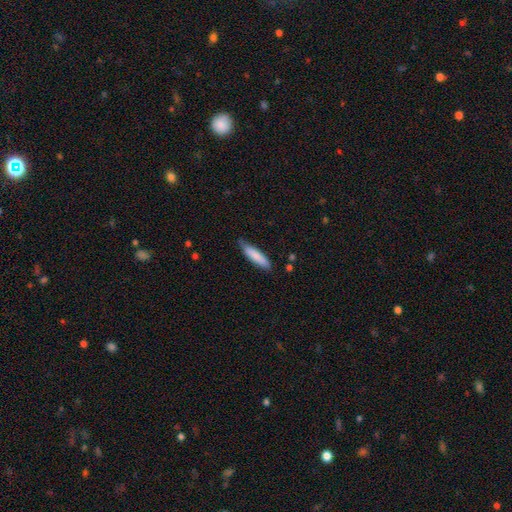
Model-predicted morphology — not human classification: A smooth galaxy with no disk features (83%) that is cigar-shaped (76%). Merging: none (75%).